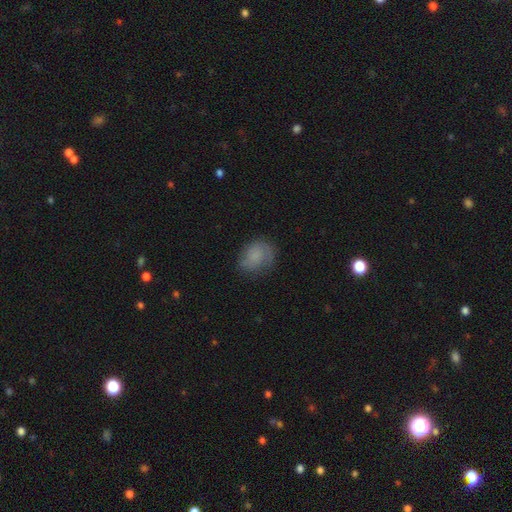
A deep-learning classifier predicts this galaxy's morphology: type=smooth (65%); roundness=in between (52%); merging=none (65%).